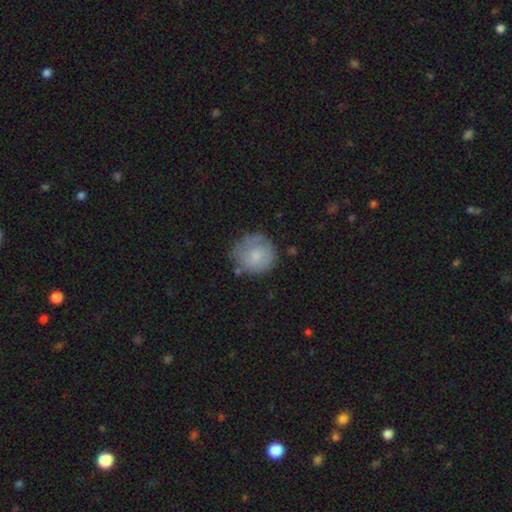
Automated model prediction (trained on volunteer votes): smooth-or-featured: smooth: 62% | featured or disk: 30% | star or artifact: 7%
  how-rounded: round: 89% | in between: 10% | cigar-shaped: 1%
  merging: none: 70% | minor disturbance: 20% | major disturbance: 7% | merger: 3%